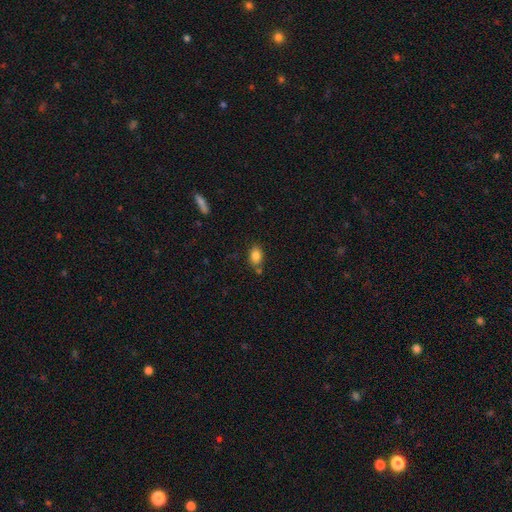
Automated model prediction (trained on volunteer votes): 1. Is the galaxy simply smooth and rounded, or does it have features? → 85% smooth, 9% star or artifact, 6% featured or disk.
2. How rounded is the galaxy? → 81% in between, 17% round, 2% cigar-shaped.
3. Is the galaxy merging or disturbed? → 70% none, 15% minor disturbance, 11% merger, 4% major disturbance.